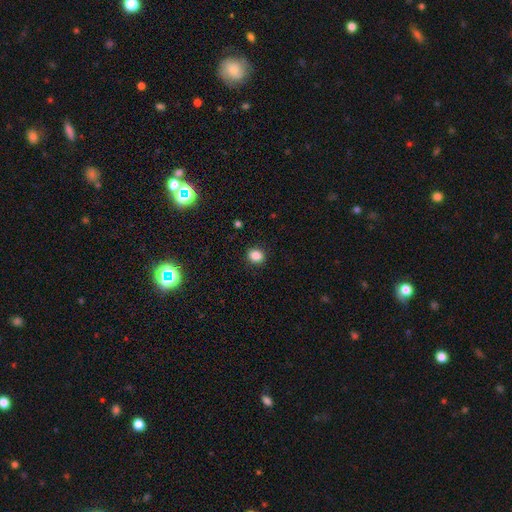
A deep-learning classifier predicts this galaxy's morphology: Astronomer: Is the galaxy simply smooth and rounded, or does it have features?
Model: smooth — 86%.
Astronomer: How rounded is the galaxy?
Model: round — 61% (runner-up: in between, 38%).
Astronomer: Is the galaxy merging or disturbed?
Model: none — 88%.